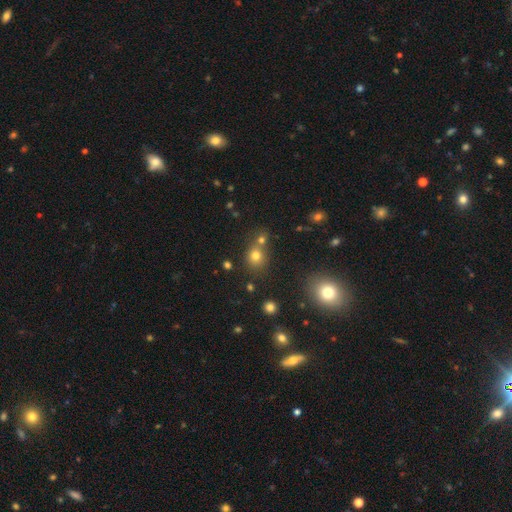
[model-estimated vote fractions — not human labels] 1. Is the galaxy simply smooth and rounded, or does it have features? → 72% smooth, 19% star or artifact, 9% featured or disk.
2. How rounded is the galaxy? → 76% round, 22% in between, 1% cigar-shaped.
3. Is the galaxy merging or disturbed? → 56% none, 31% merger, 9% minor disturbance, 4% major disturbance.